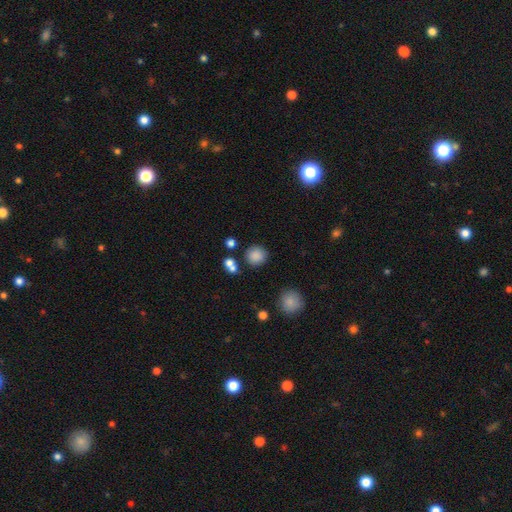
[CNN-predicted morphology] smooth 84%, star or artifact 11%, featured or disk 5%. Down the decision tree: how rounded — round (91%); merging — none (79%).